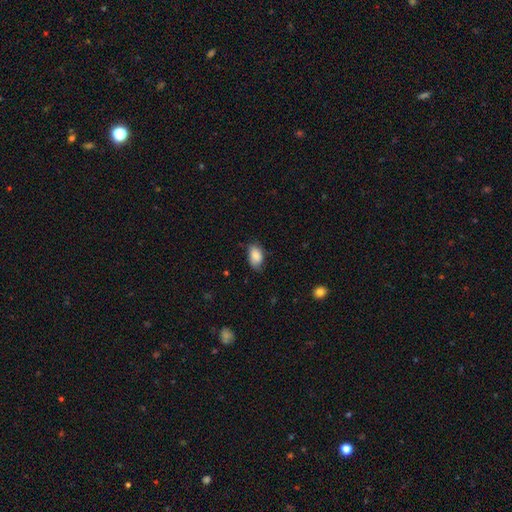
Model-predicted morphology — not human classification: Smooth or featured? smooth (83%)
How rounded? in between (92%)
Merging? none (65%)